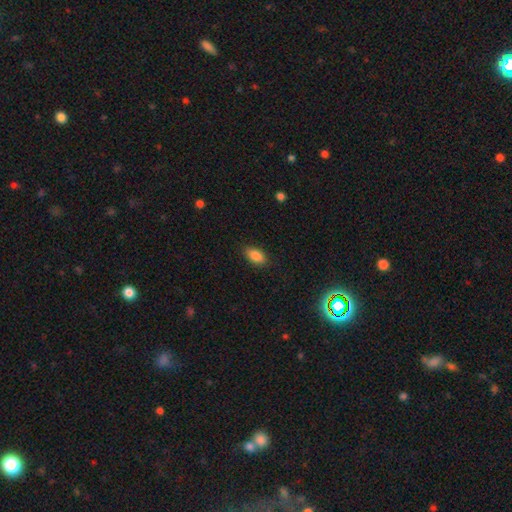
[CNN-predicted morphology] Overall: smooth (87%). How rounded: in between (91%). Merging: none (87%).